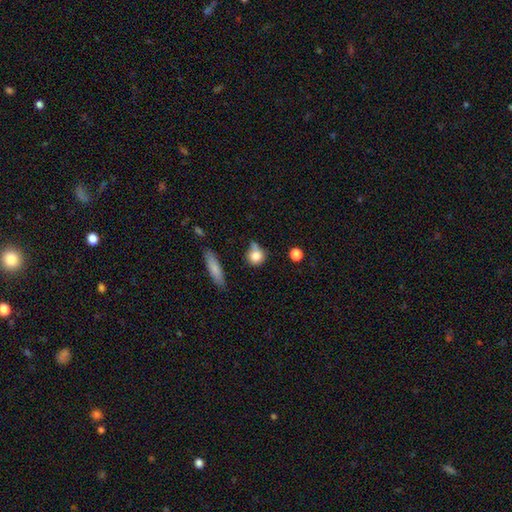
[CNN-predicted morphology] This is likely a smooth galaxy (80%). How rounded: likely round (75%). Merging: possibly none (53%).